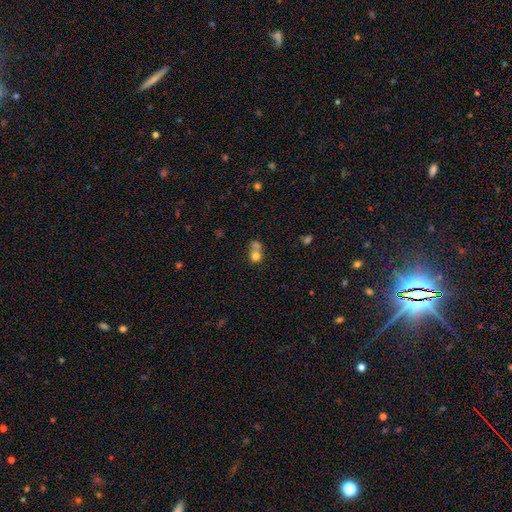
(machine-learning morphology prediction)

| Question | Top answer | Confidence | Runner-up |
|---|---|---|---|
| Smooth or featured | smooth | 74% | featured or disk (14%) |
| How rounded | round | 74% | in between (25%) |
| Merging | merger | 56% | none (31%) |